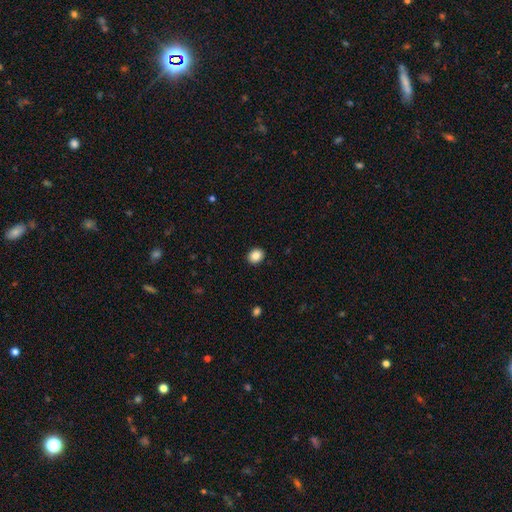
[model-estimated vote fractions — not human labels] Smooth or featured: smooth — 86% (star or artifact — 9%)
How rounded: round — 62% (in between — 37%)
Merging: none — 92% (minor disturbance — 6%)